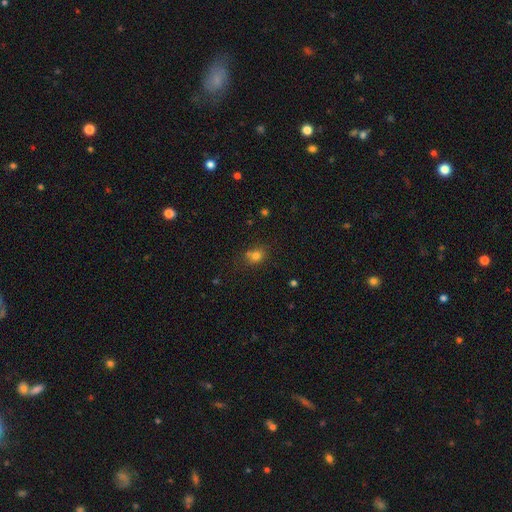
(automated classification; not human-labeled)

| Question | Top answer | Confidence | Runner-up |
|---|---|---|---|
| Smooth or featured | smooth | 74% | star or artifact (16%) |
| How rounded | round | 55% | in between (44%) |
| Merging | none | 57% | merger (18%) |